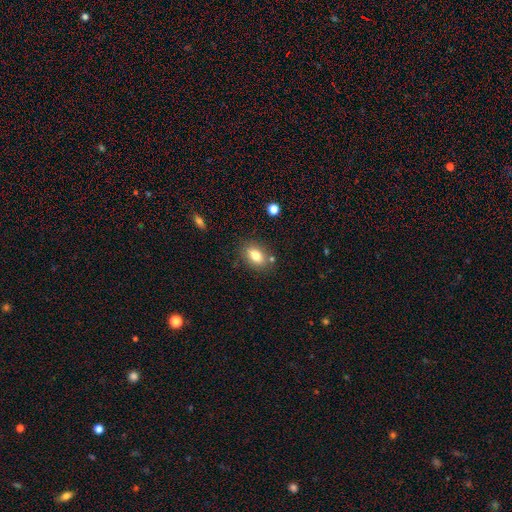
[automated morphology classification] A smooth galaxy with no disk features (80%) that is in between round and cigar-shaped (85%).

Vote fractions:
- Smooth or featured? smooth: 80% / featured or disk: 11% / star or artifact: 9%
- How rounded? in between: 85% / round: 13% / cigar-shaped: 2%
- Merging? none: 79% / minor disturbance: 12% / merger: 6% / major disturbance: 3%